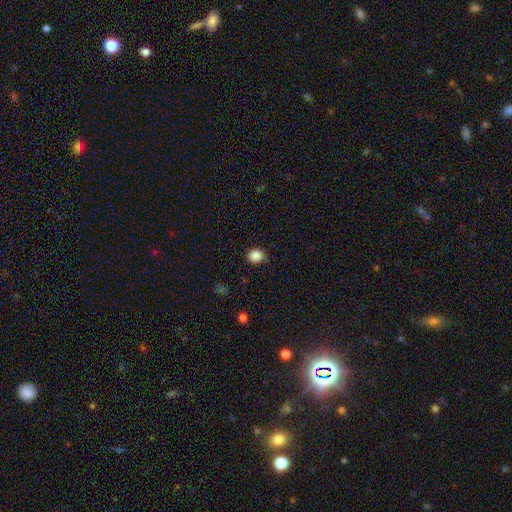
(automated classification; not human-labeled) Q: Smooth or featured?
A: smooth (87%); runner-up: star or artifact (10%)
Q: How rounded?
A: round (63%); runner-up: in between (36%)
Q: Merging?
A: none (86%); runner-up: minor disturbance (11%)